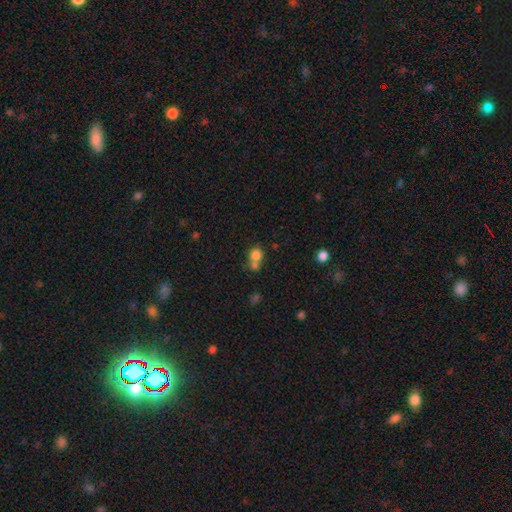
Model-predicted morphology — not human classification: The model was most divided on "merging": merger: 48%, none: 41%, minor disturbance: 8%, major disturbance: 4%. More confident: how rounded — round (81%); smooth or featured — smooth (78%).